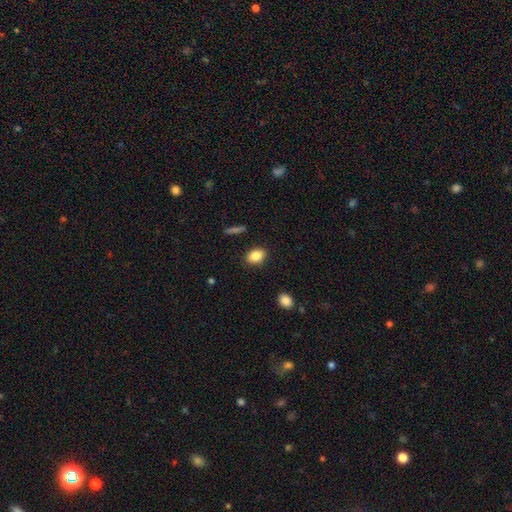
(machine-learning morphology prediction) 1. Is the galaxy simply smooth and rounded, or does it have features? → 86% smooth, 8% star or artifact, 6% featured or disk.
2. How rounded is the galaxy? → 77% in between, 21% round, 2% cigar-shaped.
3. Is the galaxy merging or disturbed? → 88% none, 9% minor disturbance, 2% major disturbance, 1% merger.